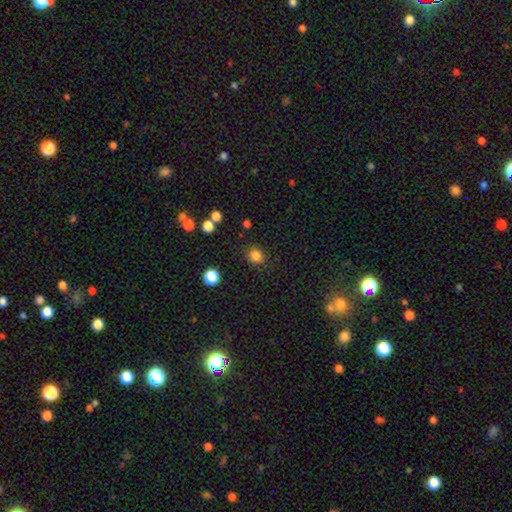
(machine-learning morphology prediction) This appears to be a smooth galaxy with no disk features (83%) that is round (84%). Merging: none (85%).